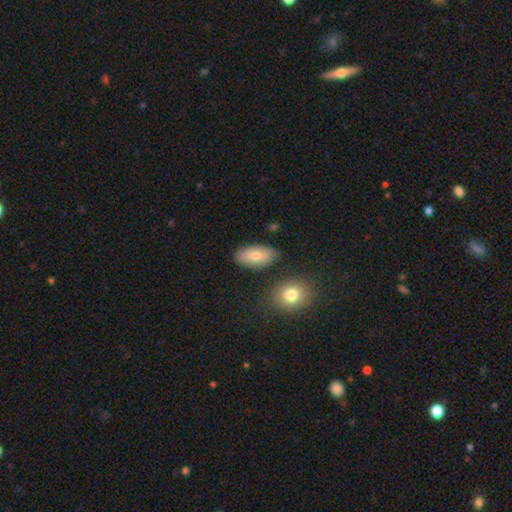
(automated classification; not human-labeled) Q: Smooth or featured?
A: smooth (77%); runner-up: featured or disk (16%)
Q: How rounded?
A: in between (92%); runner-up: cigar-shaped (5%)
Q: Merging?
A: none (80%); runner-up: minor disturbance (12%)